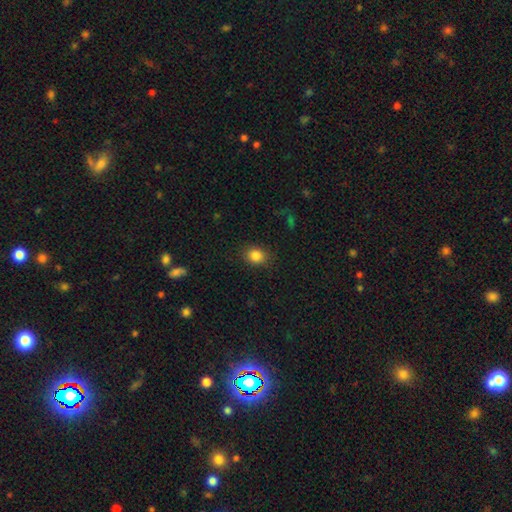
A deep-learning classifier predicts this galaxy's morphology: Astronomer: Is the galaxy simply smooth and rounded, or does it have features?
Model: smooth — 85%.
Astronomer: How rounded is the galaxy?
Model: round — 58% (runner-up: in between, 41%).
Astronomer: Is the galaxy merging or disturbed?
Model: none — 85%.